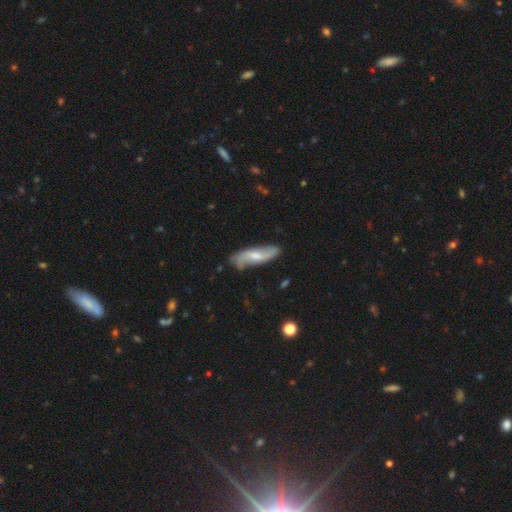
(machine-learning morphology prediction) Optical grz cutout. It shows a featured or disk galaxy (63%) with a weak bar (46%), spiral arms (91%) and a moderate central bulge (45%). Merging: none (76%).